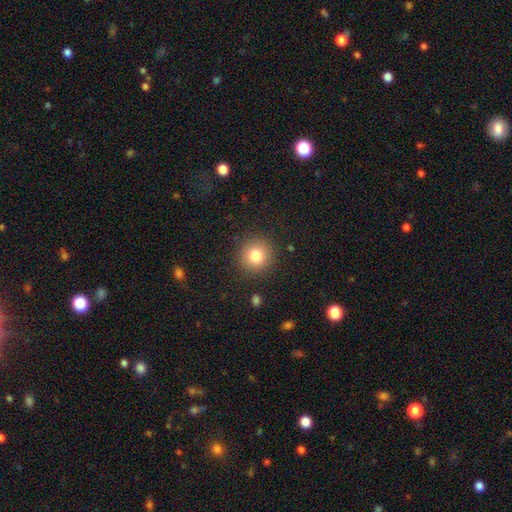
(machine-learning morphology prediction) Overall: smooth (80%). How rounded: round (93%). Merging: none (89%).